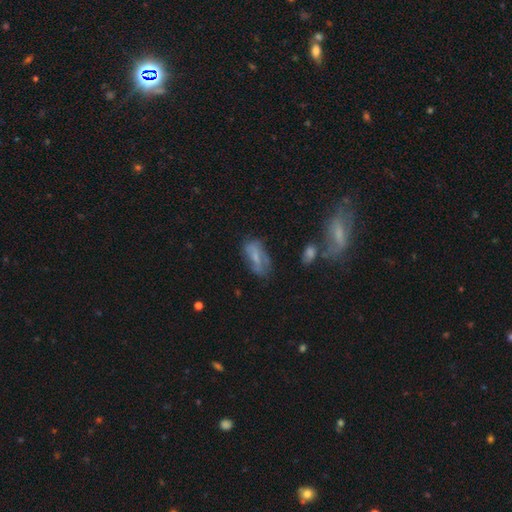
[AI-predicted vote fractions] Overall: smooth (47%; featured or disk 43%). Merging: none (55%; minor disturbance 27%).